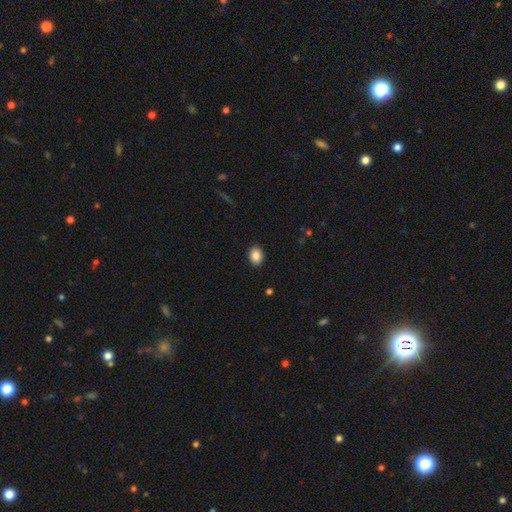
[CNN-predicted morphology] smooth 87%, star or artifact 9%, featured or disk 5%. Down the decision tree: how rounded — in between (60%); merging — none (90%).